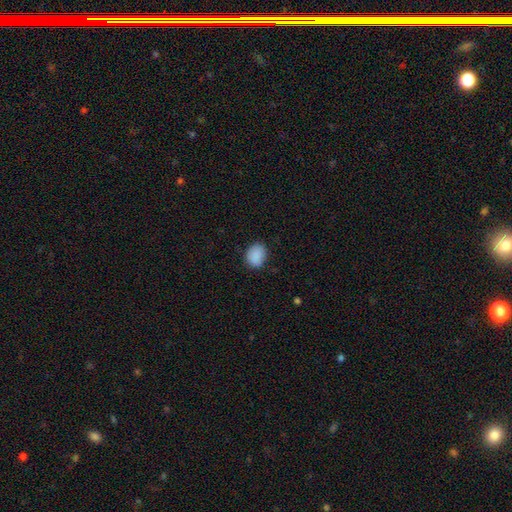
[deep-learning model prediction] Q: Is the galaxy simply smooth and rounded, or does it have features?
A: smooth — 88%.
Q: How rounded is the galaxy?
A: in between — 56%.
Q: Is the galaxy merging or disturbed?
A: none — 79%.